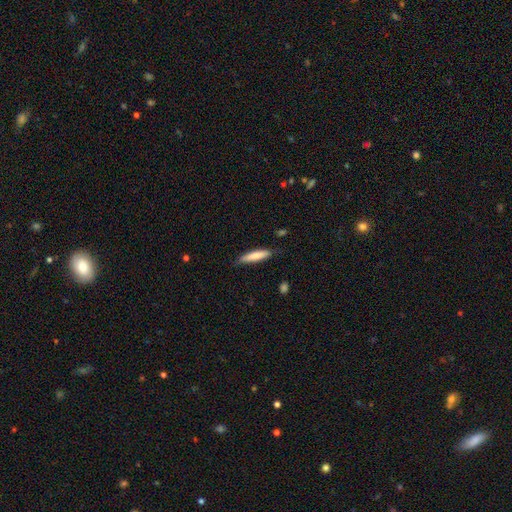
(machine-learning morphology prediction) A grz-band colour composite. It shows a smooth galaxy with no disk features (77%) that is cigar-shaped (84%). Merging: none (75%).